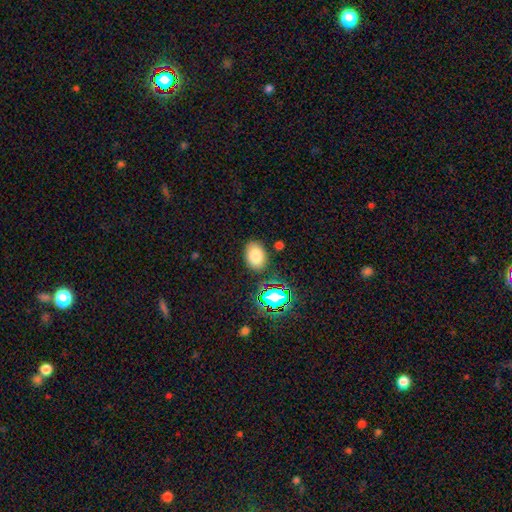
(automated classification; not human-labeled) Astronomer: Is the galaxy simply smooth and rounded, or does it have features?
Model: smooth — 79%.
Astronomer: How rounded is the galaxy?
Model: in between — 79%.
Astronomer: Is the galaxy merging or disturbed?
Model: none — 83%.